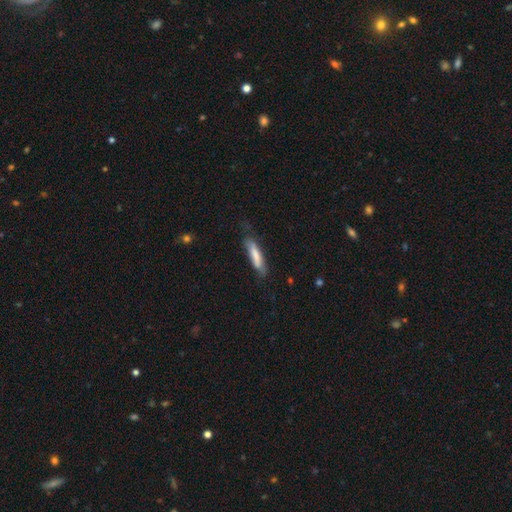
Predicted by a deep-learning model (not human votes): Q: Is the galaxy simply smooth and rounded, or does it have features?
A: smooth — 72%.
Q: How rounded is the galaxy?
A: cigar-shaped — 80%.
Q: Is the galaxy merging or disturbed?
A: none — 65%.